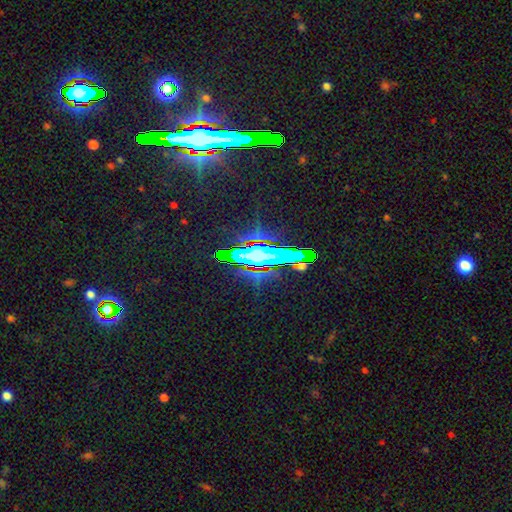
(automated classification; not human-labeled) This appears to be a star or artifact, not a galaxy (62%).